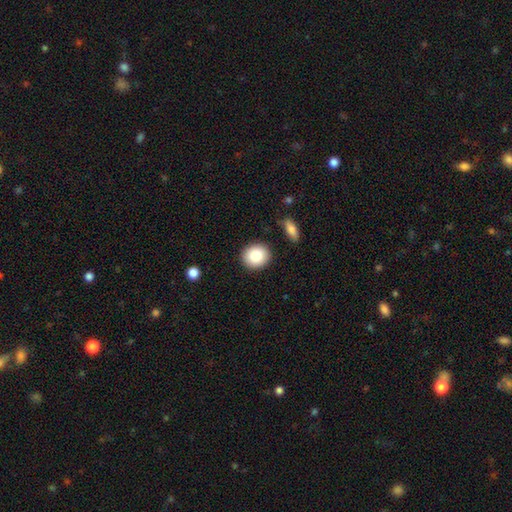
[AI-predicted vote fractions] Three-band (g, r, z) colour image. It shows a smooth galaxy with no disk features (85%) that is round (81%). Merging: none (89%).